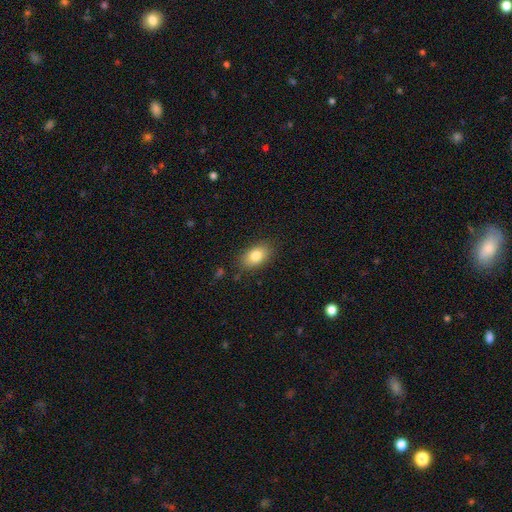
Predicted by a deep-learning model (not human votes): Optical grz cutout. It shows a smooth galaxy with no disk features (83%) that is in between round and cigar-shaped (89%). Merging: none (83%).